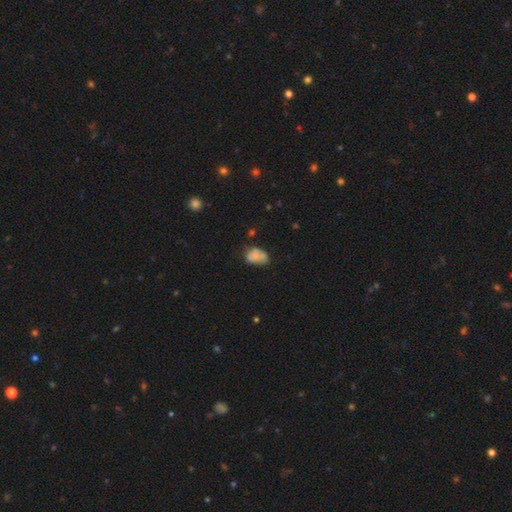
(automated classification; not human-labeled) Overall: smooth (62%; featured or disk 26%). How rounded: in between (78%). Merging: none (34%; minor disturbance 28%).